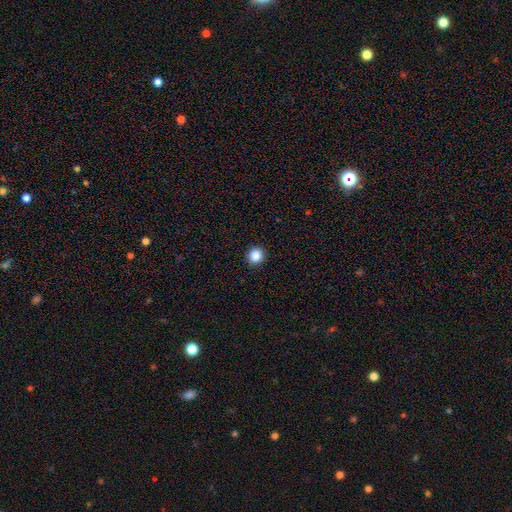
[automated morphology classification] smooth-or-featured: smooth: 87% | star or artifact: 10% | featured or disk: 3%
  how-rounded: round: 93% | in between: 6% | cigar-shaped: 1%
  merging: none: 93% | minor disturbance: 5% | major disturbance: 2% | merger: 1%